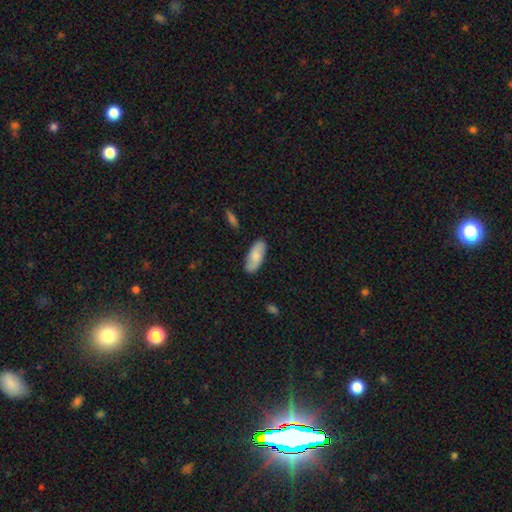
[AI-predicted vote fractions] Smooth or featured? smooth (74%)
How rounded? in between (84%)
Merging? none (84%)